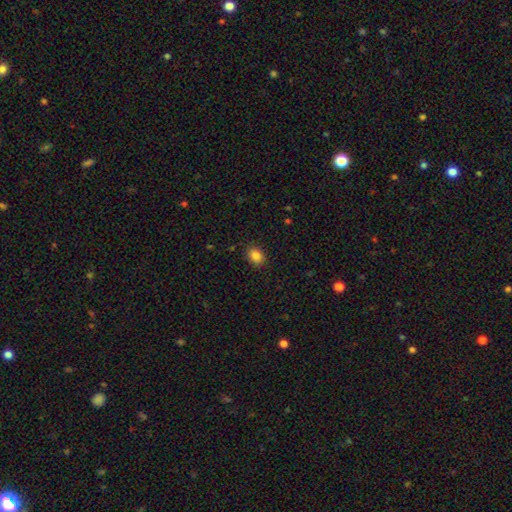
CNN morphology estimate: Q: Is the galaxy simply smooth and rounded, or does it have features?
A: smooth — 86%.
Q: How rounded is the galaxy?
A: in between — 61%.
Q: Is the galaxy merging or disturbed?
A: none — 88%.